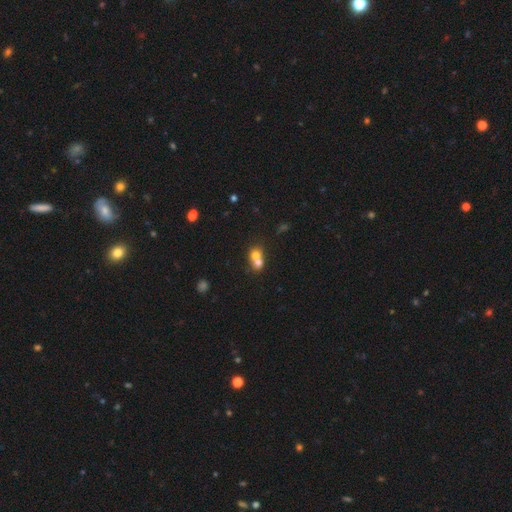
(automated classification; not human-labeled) smooth 68%, featured or disk 20%, star or artifact 12%. Down the decision tree: how rounded — round (73%); merging — merger (67%).